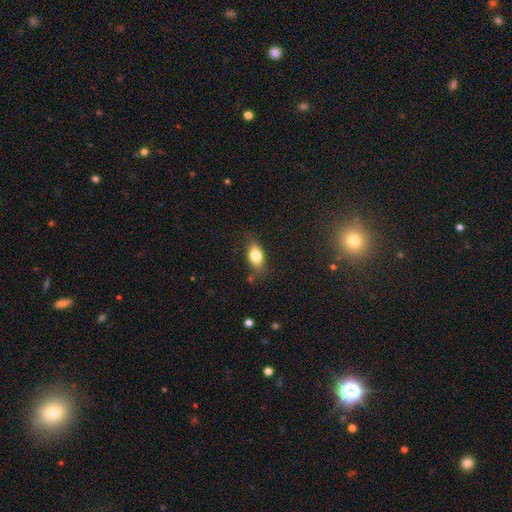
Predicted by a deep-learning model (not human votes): smooth 77%, featured or disk 15%, star or artifact 8%. Down the decision tree: how rounded — in between (82%); merging — none (75%).